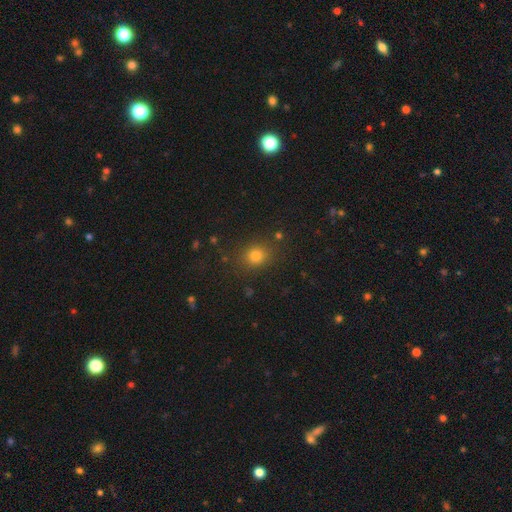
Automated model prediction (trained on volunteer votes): smooth-or-featured: smooth: 77% | star or artifact: 16% | featured or disk: 7%
  how-rounded: round: 69% | in between: 30% | cigar-shaped: 1%
  merging: none: 84% | minor disturbance: 10% | major disturbance: 4% | merger: 3%